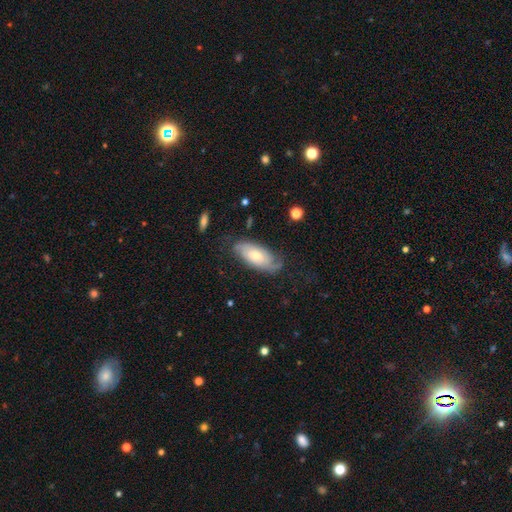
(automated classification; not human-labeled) A featured or disk galaxy (60%) with no bar (72%), spiral arms (87%) and a moderate central bulge (54%).

Vote fractions:
- Smooth or featured? featured or disk: 60% / smooth: 34% / star or artifact: 6%
- Edge-on disk? no: 89% / yes: 11%
- Bar? no: 72% / weak: 24% / strong: 4%
- Spiral arms? yes: 87% / no: 13%
- Bulge size? moderate: 54% / small: 38% / large: 5% / none: 2% / dominant: 1%
- Merging? none: 66% / minor disturbance: 23% / major disturbance: 9% / merger: 2%